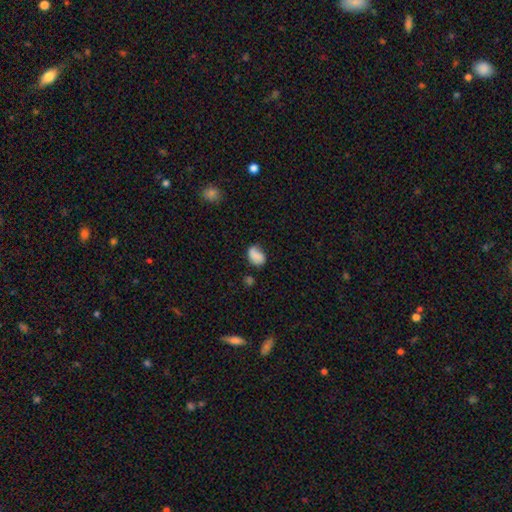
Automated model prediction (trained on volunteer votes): This appears to be a smooth galaxy with no disk features (76%) that is in between round and cigar-shaped (78%). Merging: none (50%).